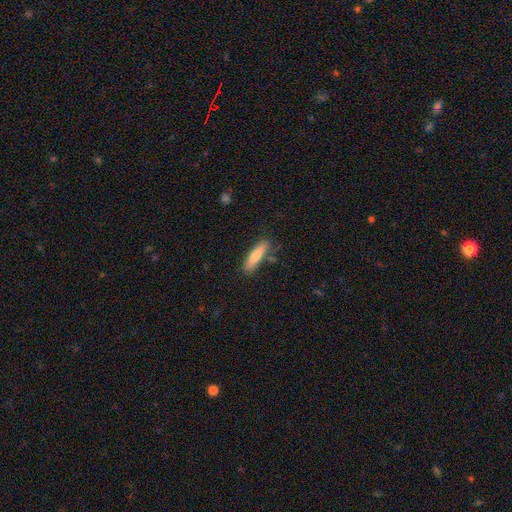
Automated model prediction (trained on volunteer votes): This appears to be a smooth galaxy with no disk features (76%) that is cigar-shaped (74%). Merging: none (80%).